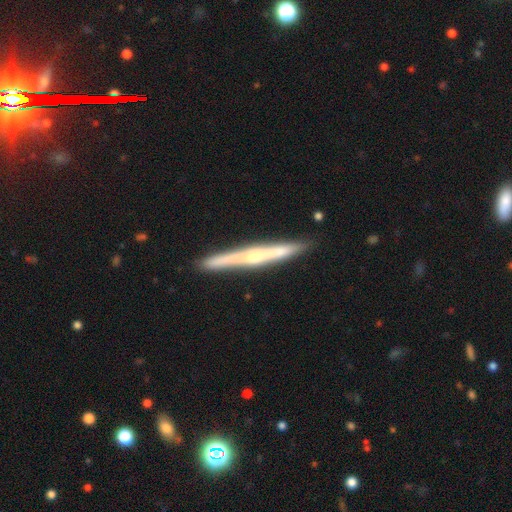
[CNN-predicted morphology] Overall: featured or disk (73%). Edge-on disk: yes (97%). Edge-on bulge: rounded (69%). Merging: none (89%).